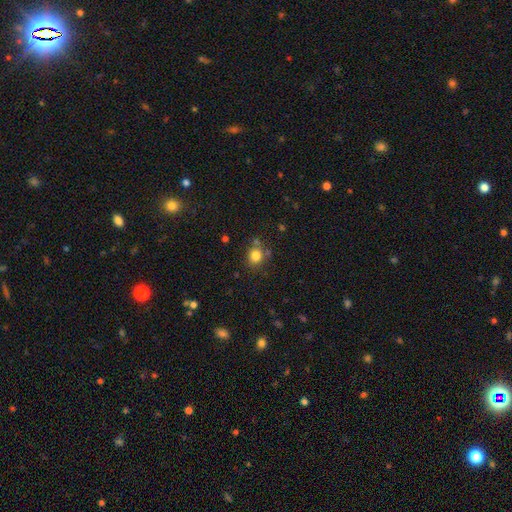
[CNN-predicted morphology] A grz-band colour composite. It shows a smooth galaxy with no disk features (81%) that is round (78%). Merging: none (73%).